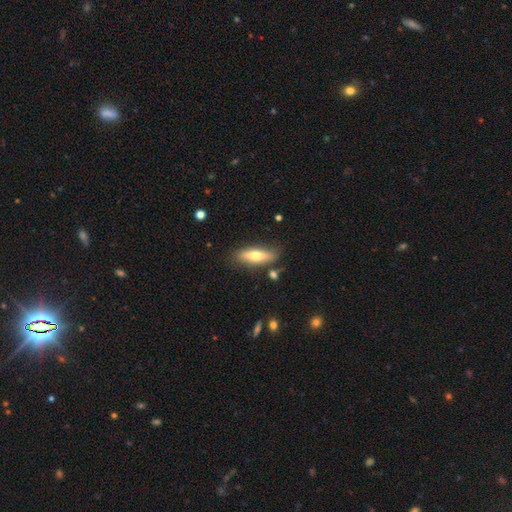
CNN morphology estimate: Smooth or featured? Predicted: smooth (p=0.58). How rounded? Predicted: in between (p=0.49). Merging? Predicted: none (p=0.78).